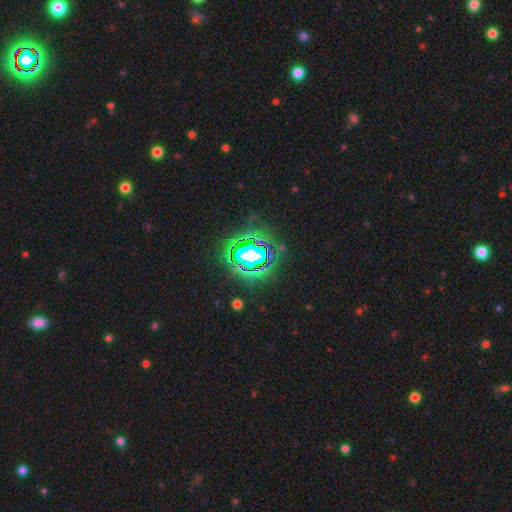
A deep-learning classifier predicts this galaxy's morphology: Smooth or featured? star or artifact (80%)